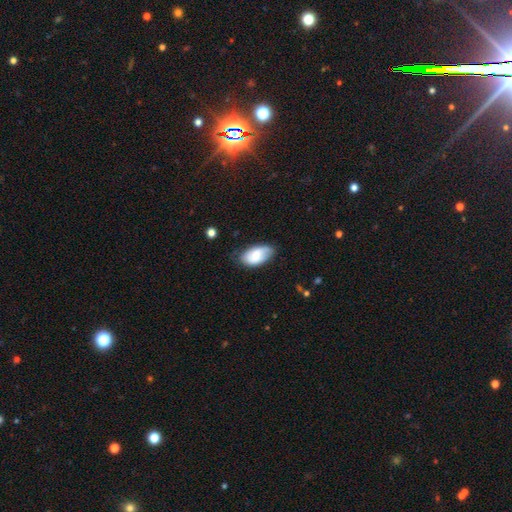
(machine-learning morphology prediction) Smooth or featured?
  - smooth: 69% *
  - featured or disk: 24%
  - star or artifact: 7%
How rounded?
  - in between: 95% *
  - round: 4%
  - cigar-shaped: 2%
Merging?
  - none: 64% *
  - minor disturbance: 29%
  - major disturbance: 6%
  - merger: 2%